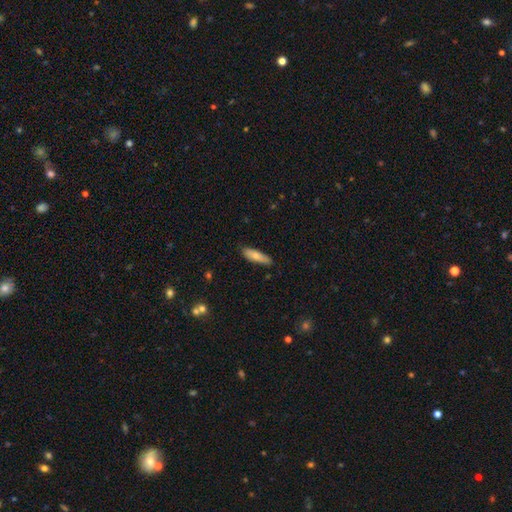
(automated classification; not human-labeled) The model was most divided on "how rounded": cigar-shaped: 56%, in between: 42%, round: 2%. More confident: merging — none (81%); smooth or featured — smooth (74%).